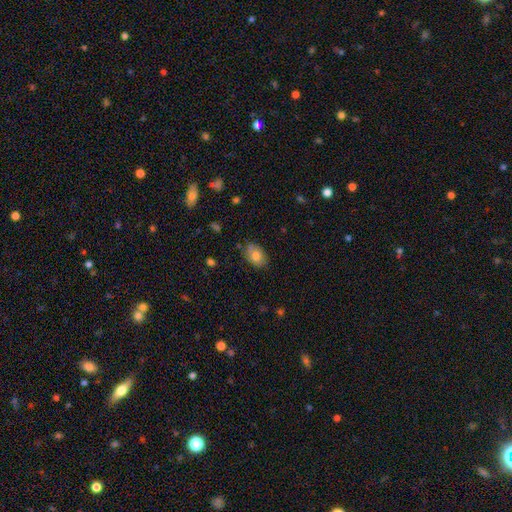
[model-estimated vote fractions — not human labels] A smooth galaxy with no disk features (79%) that is in between round and cigar-shaped (82%). Merging: none (73%).